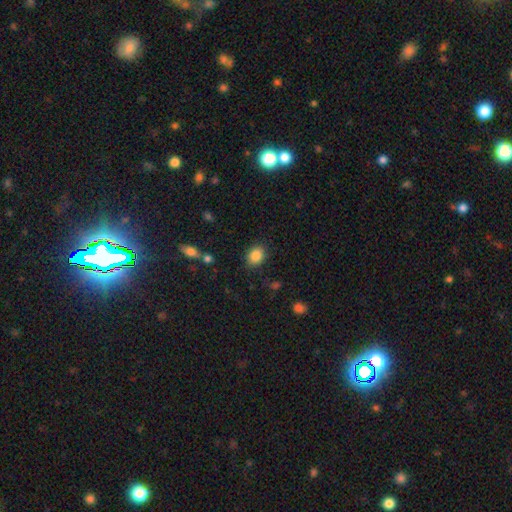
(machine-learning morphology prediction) Overall: smooth (85%). How rounded: in between (53%; round 46%). Merging: none (85%).